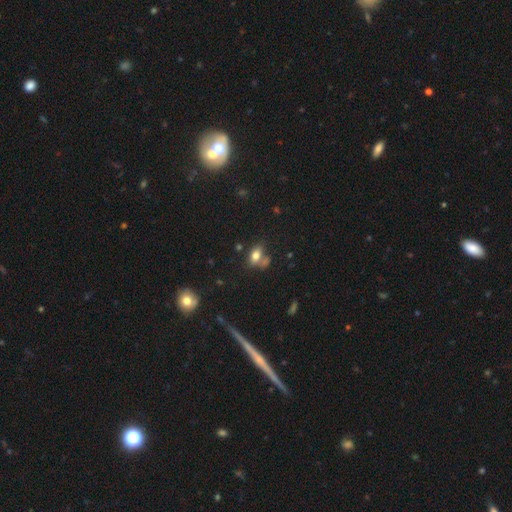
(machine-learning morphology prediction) Overall: smooth (76%). How rounded: in between (82%). Merging: none (50%; merger 27%).